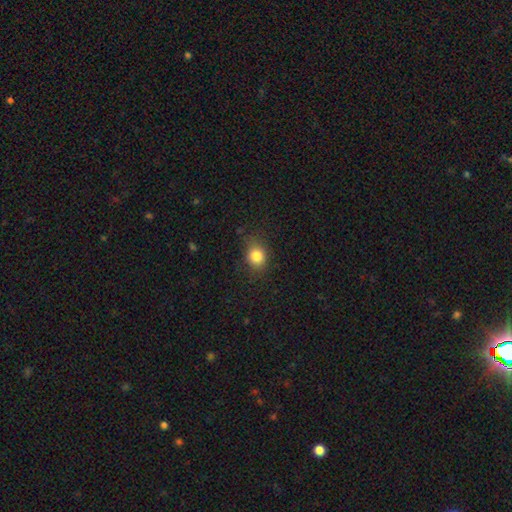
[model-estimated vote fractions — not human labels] Smooth or featured? Predicted: smooth (p=0.83). How rounded? Predicted: round (p=0.65). Merging? Predicted: none (p=0.77).